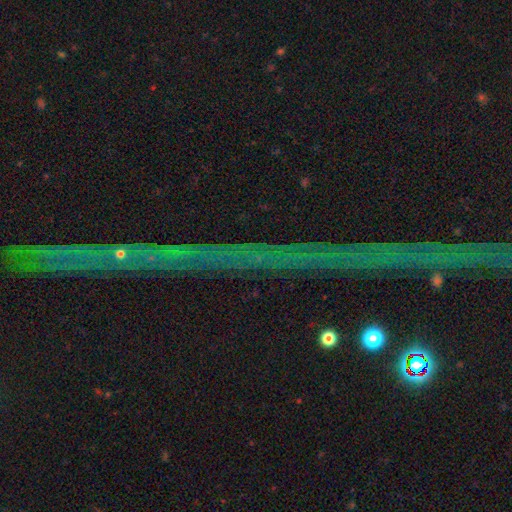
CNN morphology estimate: Q: Smooth or featured?
A: star or artifact (78%); runner-up: featured or disk (14%)